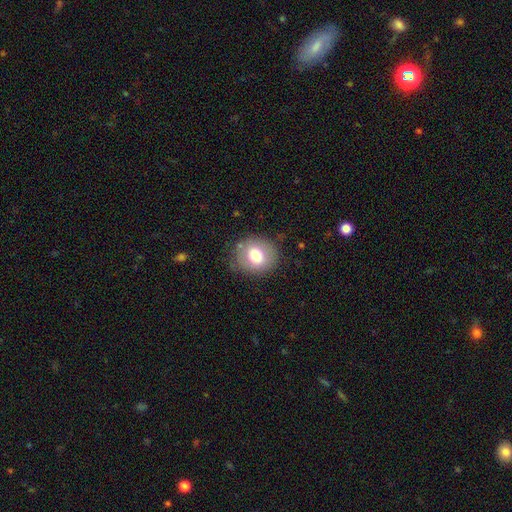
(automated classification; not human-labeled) smooth 74%, featured or disk 17%, star or artifact 9%. Down the decision tree: how rounded — round (78%); merging — none (80%).